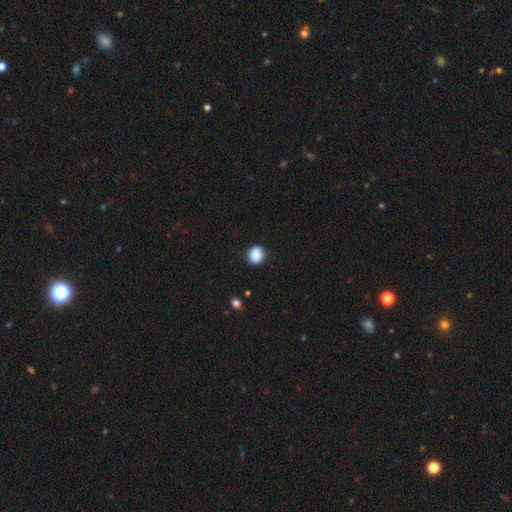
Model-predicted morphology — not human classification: Smooth or featured: smooth — 88% (star or artifact — 8%)
How rounded: round — 74% (in between — 25%)
Merging: none — 89% (minor disturbance — 8%)